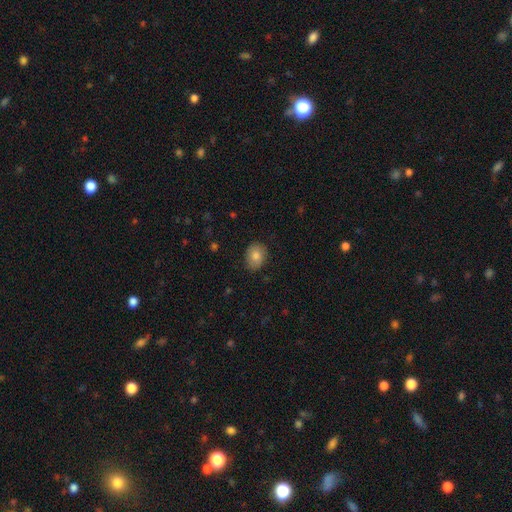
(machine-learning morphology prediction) Q: Smooth or featured?
A: smooth (81%); runner-up: featured or disk (11%)
Q: How rounded?
A: in between (67%); runner-up: round (32%)
Q: Merging?
A: none (83%); runner-up: minor disturbance (14%)